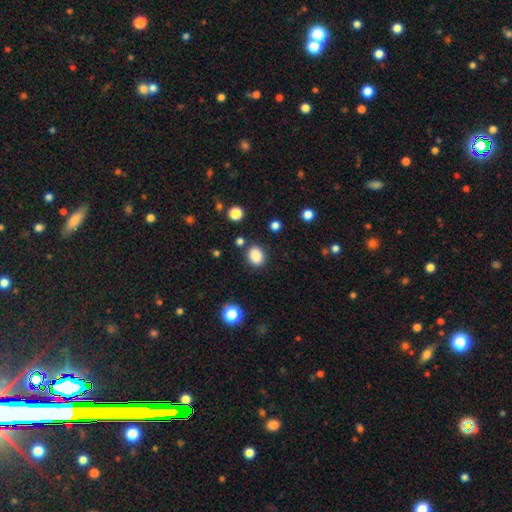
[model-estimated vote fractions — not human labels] Q: Smooth or featured?
A: smooth (86%); runner-up: star or artifact (10%)
Q: How rounded?
A: round (53%); runner-up: in between (46%)
Q: Merging?
A: none (84%); runner-up: minor disturbance (10%)